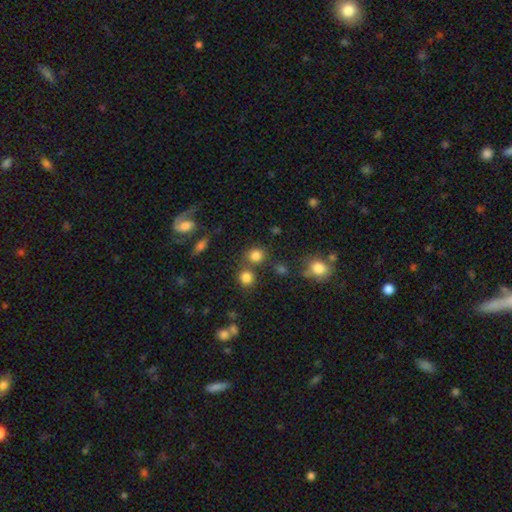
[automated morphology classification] smooth-or-featured: smooth: 79% | star or artifact: 15% | featured or disk: 6%
  how-rounded: round: 84% | in between: 15% | cigar-shaped: 1%
  merging: none: 67% | merger: 19% | minor disturbance: 9% | major disturbance: 4%